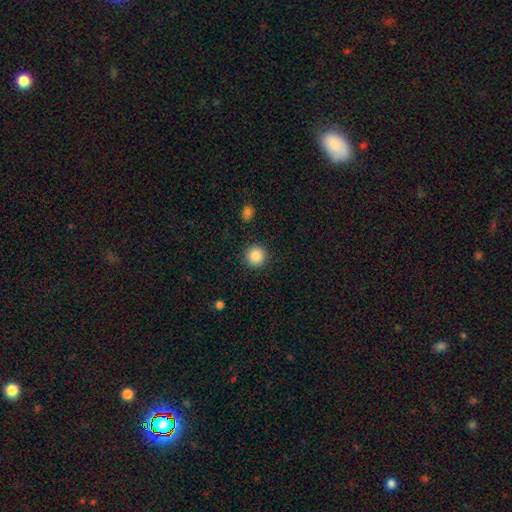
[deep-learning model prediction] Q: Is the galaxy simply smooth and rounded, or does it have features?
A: smooth — 86%.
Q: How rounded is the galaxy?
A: round — 95%.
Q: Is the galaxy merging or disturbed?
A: none — 92%.